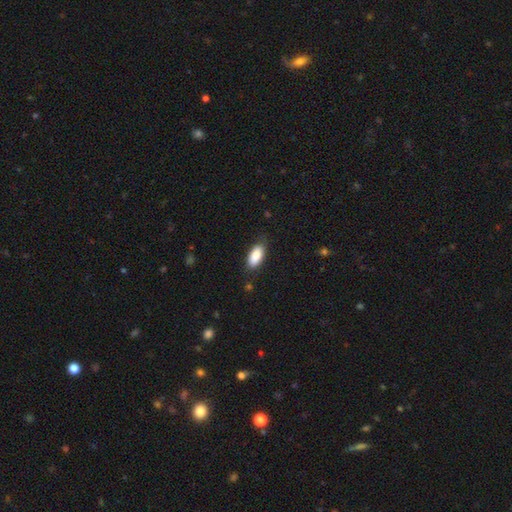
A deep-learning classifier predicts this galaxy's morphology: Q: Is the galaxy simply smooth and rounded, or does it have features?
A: smooth — 86%.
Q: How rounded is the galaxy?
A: in between — 89%.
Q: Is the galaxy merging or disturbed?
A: none — 80%.